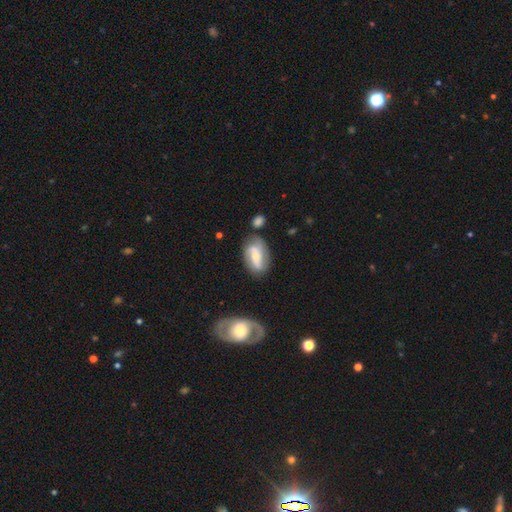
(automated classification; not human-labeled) smooth-or-featured: featured or disk: 66% | smooth: 28% | star or artifact: 6%
  disk-edge-on: no: 94% | yes: 6%
    bar: no: 43% | weak: 36% | strong: 21%
    has-spiral-arms: yes: 87% | no: 13%
      spiral-winding: medium: 39% | loose: 36% | tight: 25%
      spiral-arm-count: 2: 71% | can't tell: 13% | 3: 9% | 1: 3% | 4: 2% | more than 4: 2%
    bulge-size: small: 50% | moderate: 44% | large: 3% | none: 2% | dominant: 1%
  merging: none: 69% | minor disturbance: 19% | merger: 7% | major disturbance: 5%